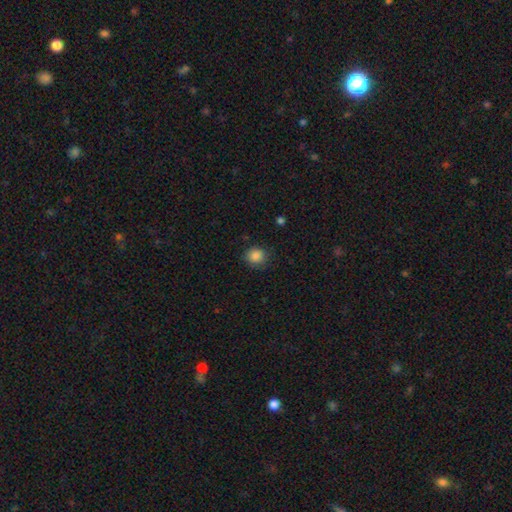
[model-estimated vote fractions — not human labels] Q: Smooth or featured?
A: smooth (86%); runner-up: star or artifact (11%)
Q: How rounded?
A: round (83%); runner-up: in between (16%)
Q: Merging?
A: none (84%); runner-up: minor disturbance (12%)